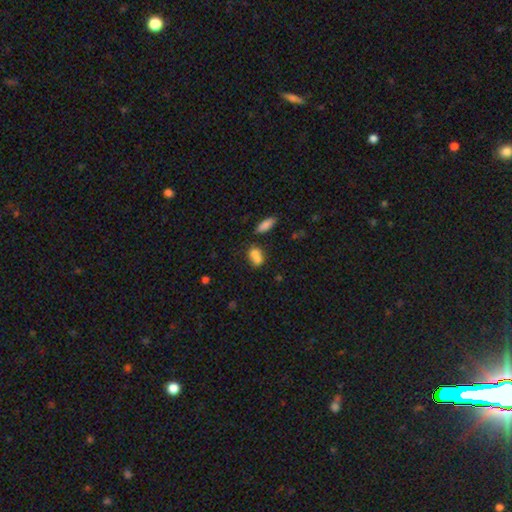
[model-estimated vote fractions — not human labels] smooth_or_featured: smooth (p=0.72) [alt: featured or disk p=0.17]
how_rounded: in between (p=0.58) [alt: round p=0.39]
merging: merger (p=0.60) [alt: none p=0.27]